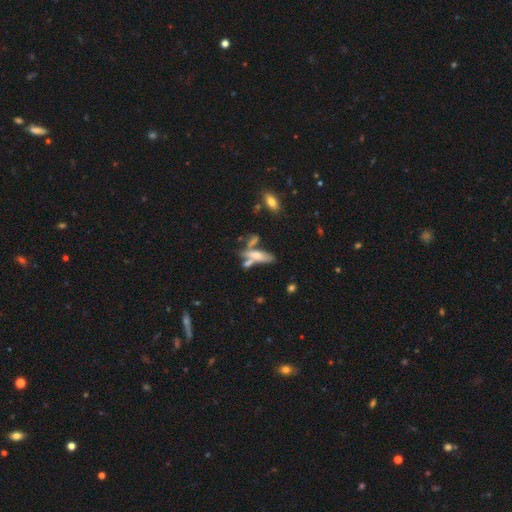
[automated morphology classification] A smooth galaxy with no disk features (59%) that is cigar-shaped (54%). Merging: none (40%).